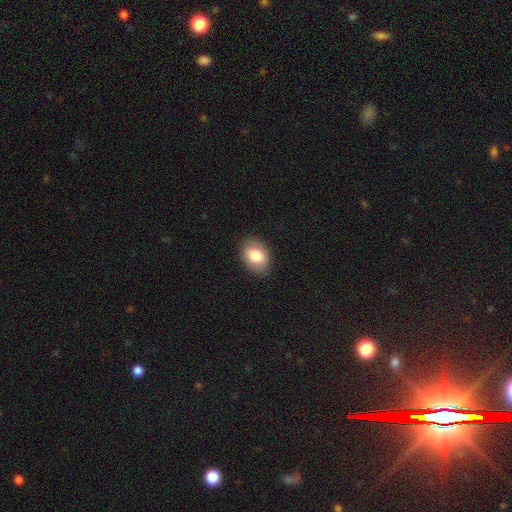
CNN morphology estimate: The model was most divided on "how rounded": in between: 80%, round: 19%, cigar-shaped: 1%. More confident: merging — none (86%); smooth or featured — smooth (81%).